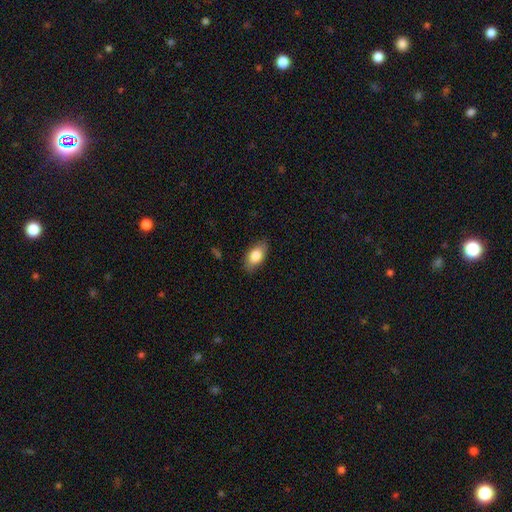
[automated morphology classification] type=smooth (83%); roundness=in between (92%); merging=none (85%).